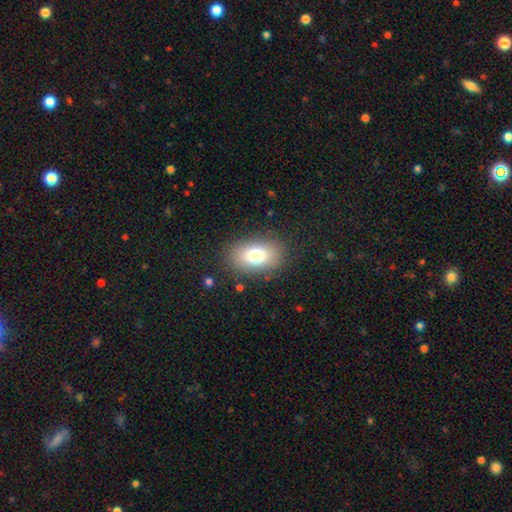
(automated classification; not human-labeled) Smooth or featured? Predicted: smooth (p=0.77). How rounded? Predicted: in between (p=0.86). Merging? Predicted: none (p=0.87).